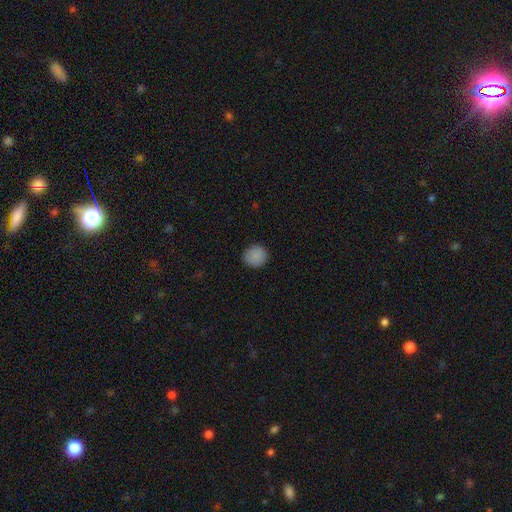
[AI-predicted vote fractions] smooth-or-featured: smooth: 88% | star or artifact: 9% | featured or disk: 3%
  how-rounded: round: 89% | in between: 10% | cigar-shaped: 1%
  merging: none: 90% | minor disturbance: 7% | major disturbance: 2% | merger: 1%